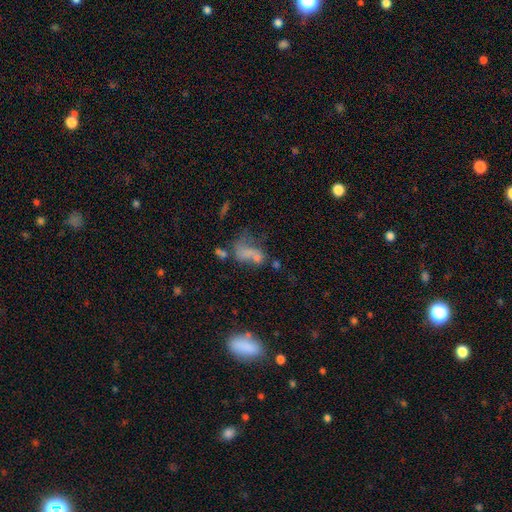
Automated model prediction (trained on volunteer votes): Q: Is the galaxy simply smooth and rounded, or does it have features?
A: smooth — 52%.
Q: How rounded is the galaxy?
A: in between — 75%.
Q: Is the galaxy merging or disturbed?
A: major disturbance — 30%.